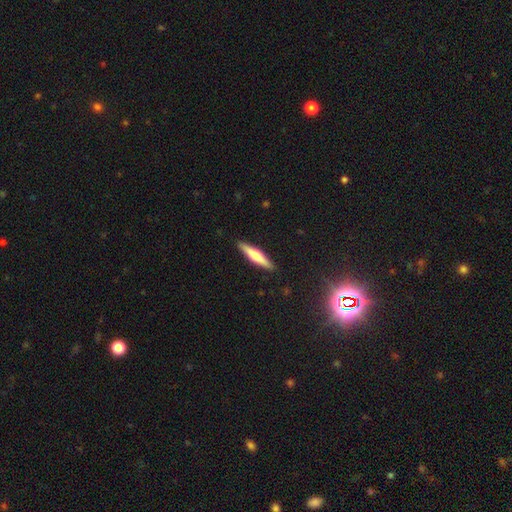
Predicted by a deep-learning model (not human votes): smooth_or_featured: smooth (p=0.51) [alt: featured or disk p=0.44]
how_rounded: cigar-shaped (p=0.87) [alt: in between p=0.12]
merging: none (p=0.91) [alt: minor disturbance p=0.07]